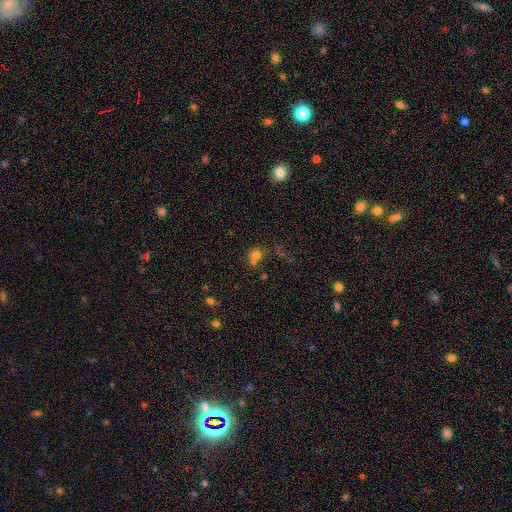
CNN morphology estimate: Smooth or featured? Predicted: smooth (p=0.71). How rounded? Predicted: round (p=0.80). Merging? Predicted: none (p=0.47).